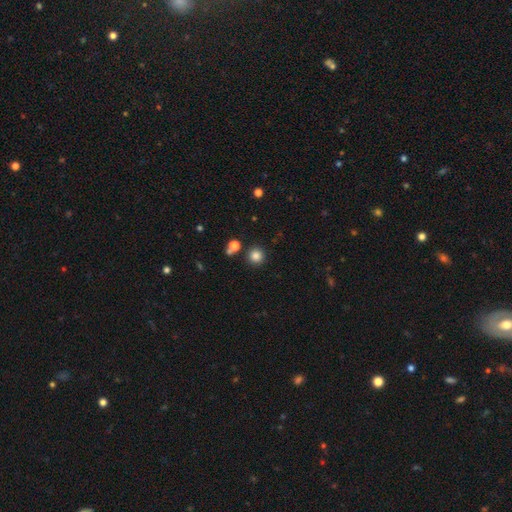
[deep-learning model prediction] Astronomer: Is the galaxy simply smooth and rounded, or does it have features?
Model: smooth — 83%.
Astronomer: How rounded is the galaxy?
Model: round — 94%.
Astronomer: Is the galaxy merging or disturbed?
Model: none — 86%.